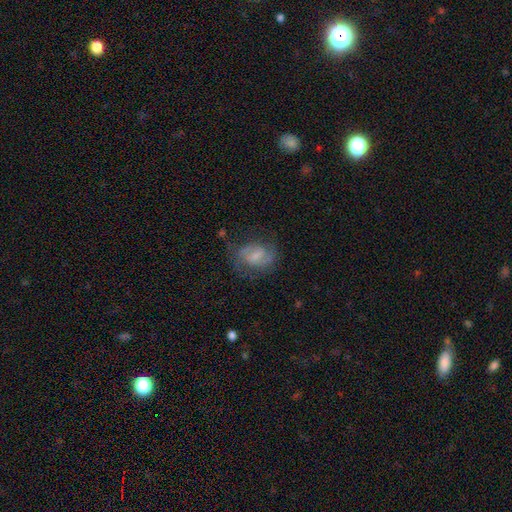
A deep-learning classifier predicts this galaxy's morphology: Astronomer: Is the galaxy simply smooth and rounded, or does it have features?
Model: featured or disk — 60%.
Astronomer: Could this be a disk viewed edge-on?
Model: no — 97%.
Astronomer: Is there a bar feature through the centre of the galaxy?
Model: weak — 52% (runner-up: no, 29%).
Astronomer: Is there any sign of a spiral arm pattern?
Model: yes — 83%.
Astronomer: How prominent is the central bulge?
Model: small — 40% (runner-up: moderate, 28%).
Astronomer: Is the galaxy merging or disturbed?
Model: none — 60%.